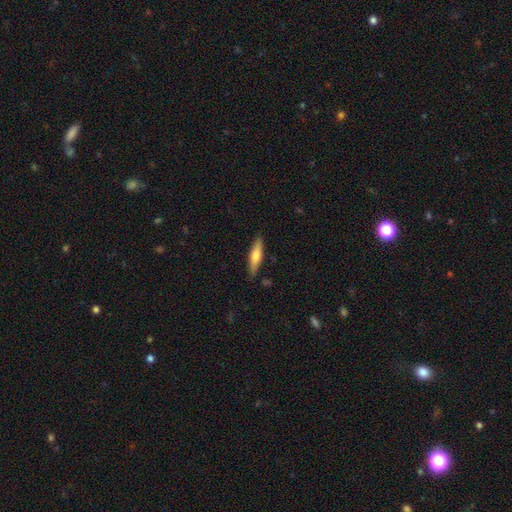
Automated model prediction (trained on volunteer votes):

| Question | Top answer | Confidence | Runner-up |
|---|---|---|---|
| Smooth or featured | smooth | 56% | featured or disk (39%) |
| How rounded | cigar-shaped | 77% | in between (21%) |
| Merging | none | 87% | minor disturbance (9%) |